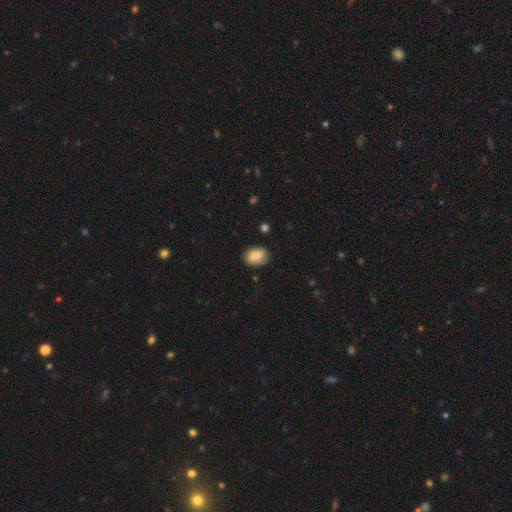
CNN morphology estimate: This appears to be a smooth galaxy with no disk features (75%) that is in between round and cigar-shaped (68%). Merging: none (78%).